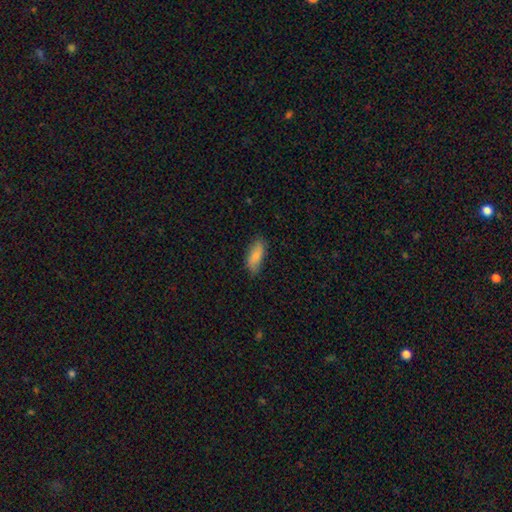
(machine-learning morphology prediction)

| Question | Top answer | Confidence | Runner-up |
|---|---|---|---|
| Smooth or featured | smooth | 81% | featured or disk (13%) |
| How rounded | in between | 78% | cigar-shaped (19%) |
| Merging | none | 79% | minor disturbance (17%) |